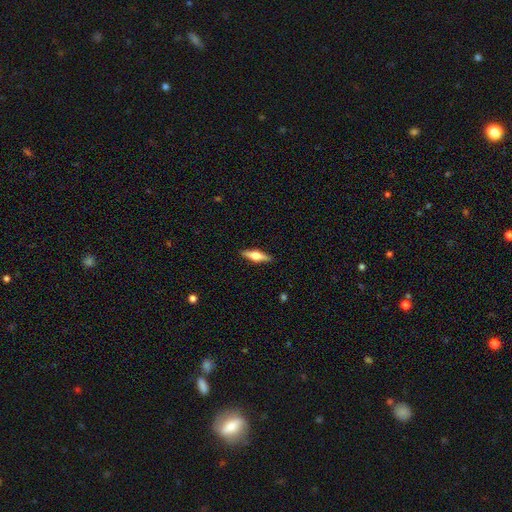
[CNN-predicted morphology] The model was most divided on "smooth or featured": featured or disk: 54%, smooth: 41%, star or artifact: 6%. More confident: edge-on disk — yes (95%); edge-on bulge — rounded (92%); merging — none (90%).